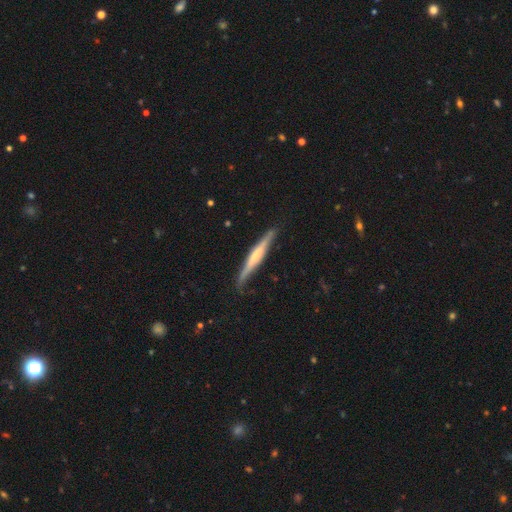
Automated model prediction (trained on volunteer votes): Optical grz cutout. It shows a featured or disk galaxy (66%) viewed edge-on (96%) with a rounded central bulge (55%). Merging: none (84%).